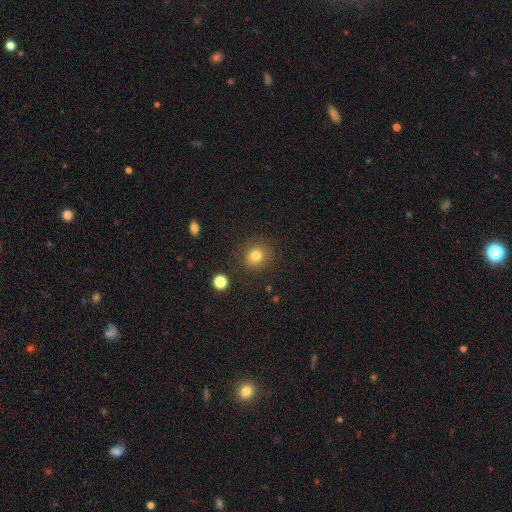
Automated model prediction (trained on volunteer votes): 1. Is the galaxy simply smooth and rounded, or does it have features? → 80% smooth, 13% star or artifact, 7% featured or disk.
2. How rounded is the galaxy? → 85% round, 14% in between, 1% cigar-shaped.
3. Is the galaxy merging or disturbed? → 86% none, 8% minor disturbance, 3% major disturbance, 2% merger.